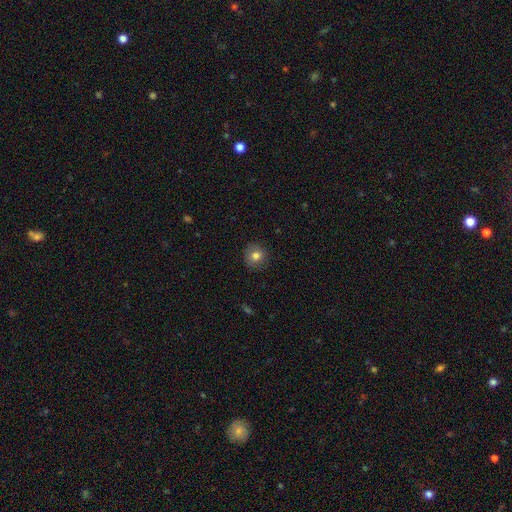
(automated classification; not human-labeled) Overall: smooth (80%). How rounded: round (91%). Merging: none (88%).